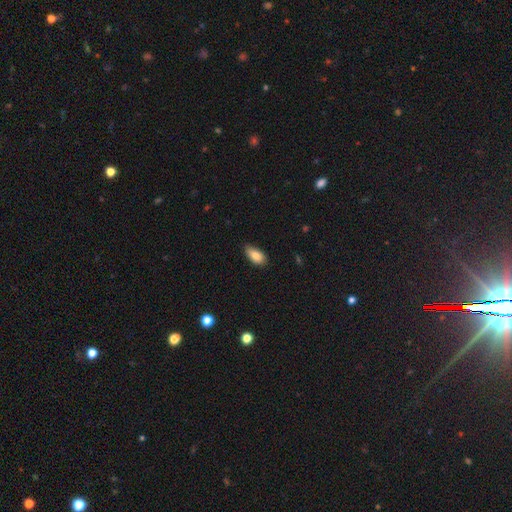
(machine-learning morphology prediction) Q: Smooth or featured?
A: smooth (84%); runner-up: featured or disk (8%)
Q: How rounded?
A: in between (91%); runner-up: cigar-shaped (5%)
Q: Merging?
A: none (65%); runner-up: minor disturbance (30%)